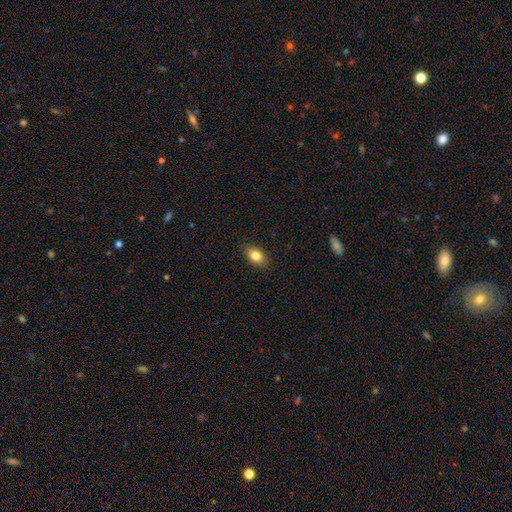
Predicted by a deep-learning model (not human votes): This is clearly a smooth galaxy (83%). How rounded: clearly in between (85%). Merging: clearly none (88%).